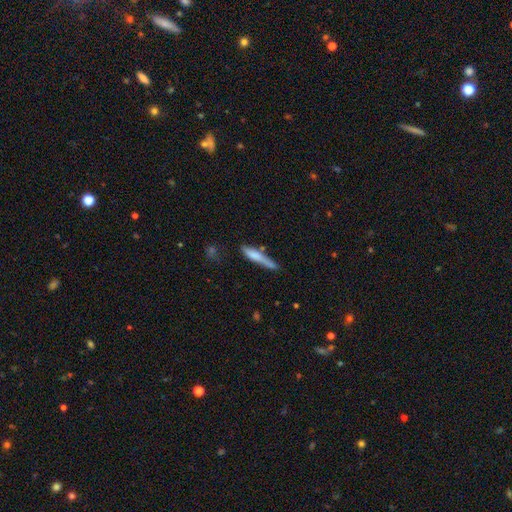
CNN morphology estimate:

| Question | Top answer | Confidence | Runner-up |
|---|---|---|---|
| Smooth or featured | smooth | 70% | featured or disk (24%) |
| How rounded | cigar-shaped | 87% | in between (11%) |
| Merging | none | 51% | minor disturbance (29%) |